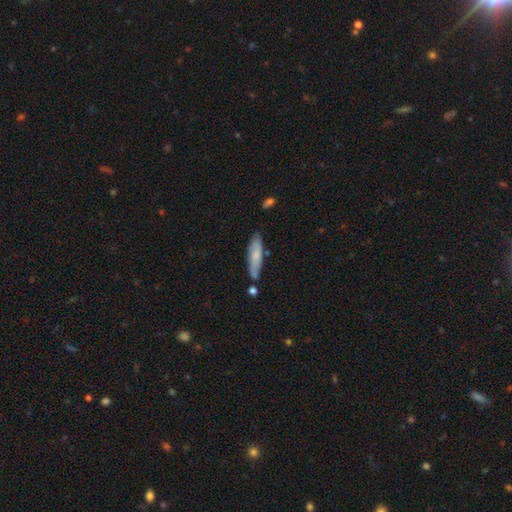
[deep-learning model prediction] Smooth or featured: smooth — 67% (featured or disk — 26%)
How rounded: cigar-shaped — 74% (in between — 25%)
Merging: none — 73% (minor disturbance — 18%)